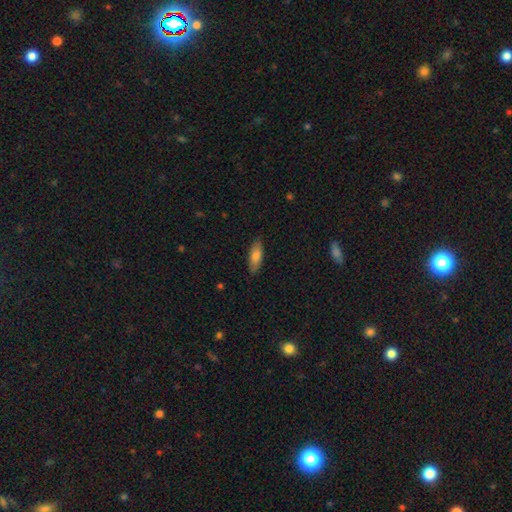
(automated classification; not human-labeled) Smooth or featured?
  - smooth: 79% *
  - featured or disk: 15%
  - star or artifact: 6%
How rounded?
  - in between: 65% *
  - cigar-shaped: 33%
  - round: 2%
Merging?
  - none: 86% *
  - minor disturbance: 11%
  - major disturbance: 2%
  - merger: 1%